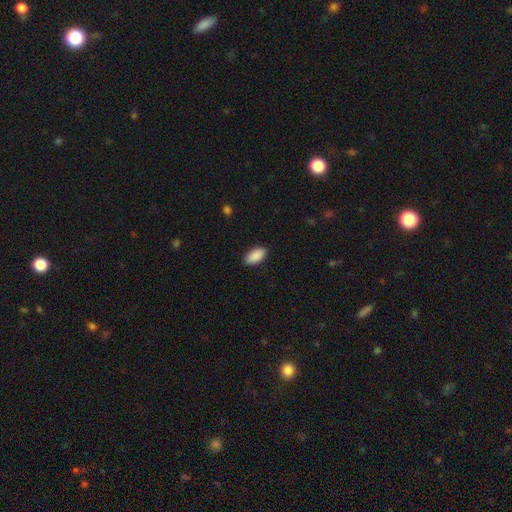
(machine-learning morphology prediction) Smooth or featured? Predicted: smooth (p=0.91). How rounded? Predicted: in between (p=0.94). Merging? Predicted: none (p=0.88).